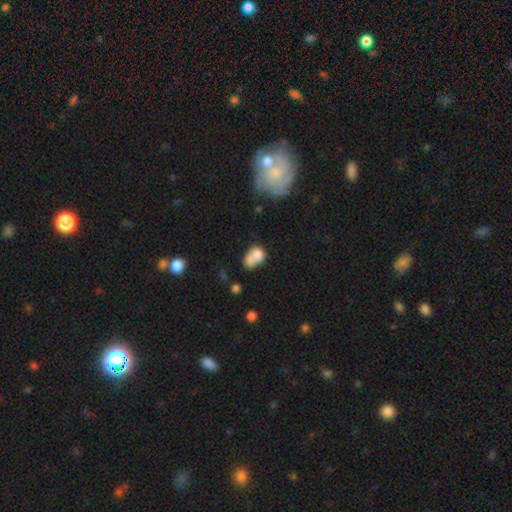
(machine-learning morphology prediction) Smooth or featured? smooth (71%)
How rounded? in between (60%)
Merging? merger (56%)